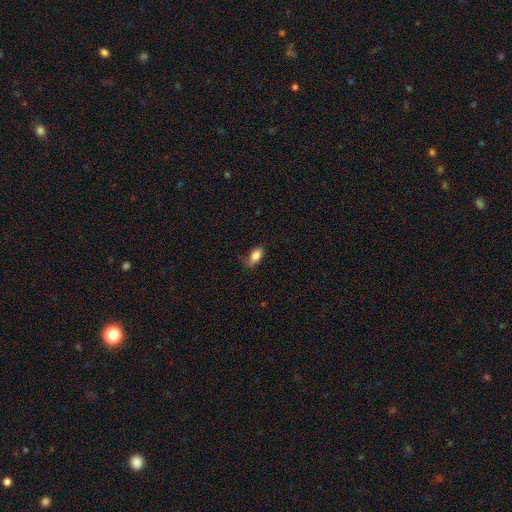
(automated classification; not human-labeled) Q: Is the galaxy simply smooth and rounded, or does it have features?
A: smooth — 81%.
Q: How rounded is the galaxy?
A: in between — 88%.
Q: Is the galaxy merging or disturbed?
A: none — 54%.